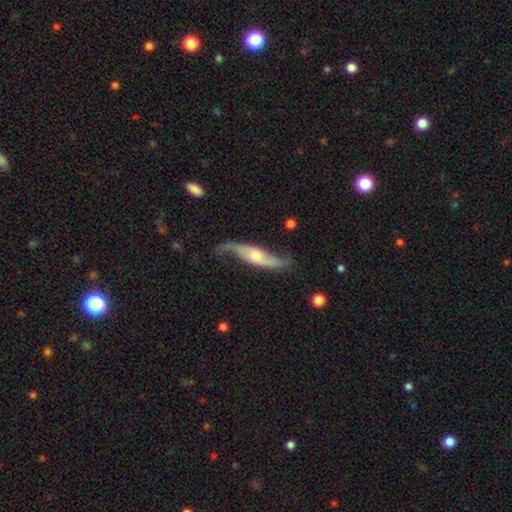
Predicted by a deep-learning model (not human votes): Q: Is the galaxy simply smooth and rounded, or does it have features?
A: featured or disk — 82%.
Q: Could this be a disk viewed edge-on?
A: no — 76%.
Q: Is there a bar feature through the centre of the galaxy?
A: no — 58%.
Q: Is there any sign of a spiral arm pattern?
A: yes — 94%.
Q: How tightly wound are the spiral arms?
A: loose — 85%.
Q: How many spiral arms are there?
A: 2 — 91%.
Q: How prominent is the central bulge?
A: moderate — 51%.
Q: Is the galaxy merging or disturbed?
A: none — 65%.